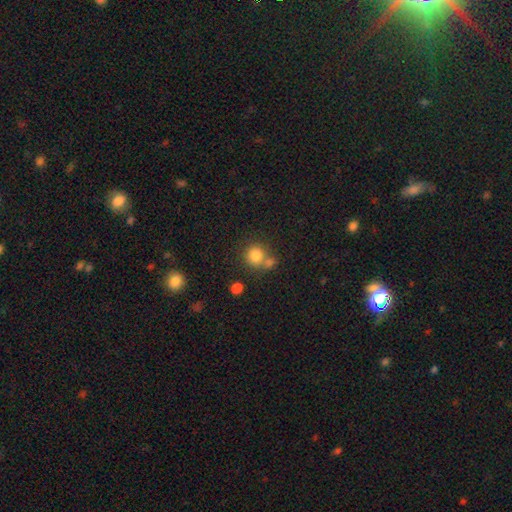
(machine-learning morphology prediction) Smooth or featured? Predicted: smooth (p=0.81). How rounded? Predicted: round (p=0.86). Merging? Predicted: none (p=0.55).